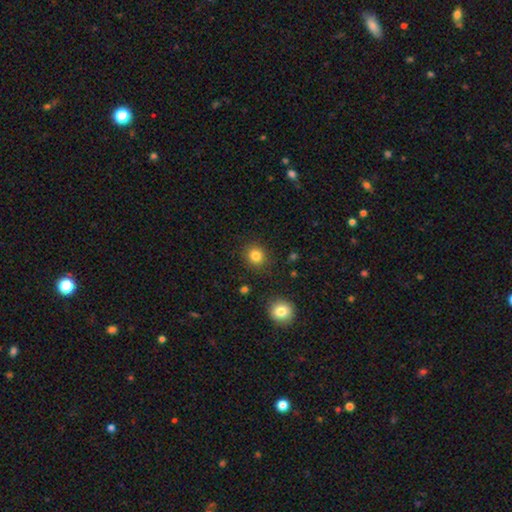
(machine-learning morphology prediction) A smooth galaxy with no disk features (84%) that is round (85%). Merging: none (88%).